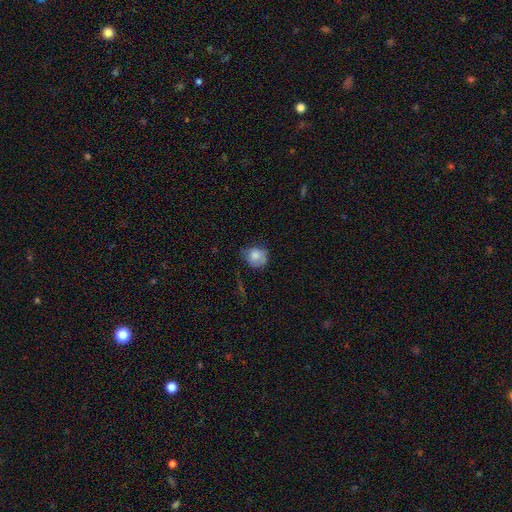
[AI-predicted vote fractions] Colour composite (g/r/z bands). It shows a smooth galaxy with no disk features (78%) that is round (78%). Merging: none (53%).